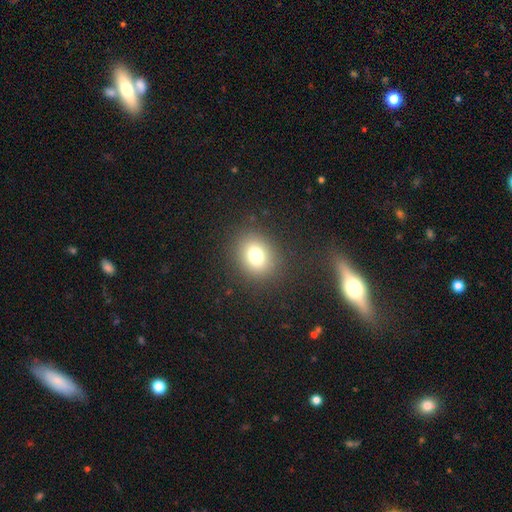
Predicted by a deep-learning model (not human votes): Smooth or featured? smooth (74%)
How rounded? round (60%)
Merging? none (86%)